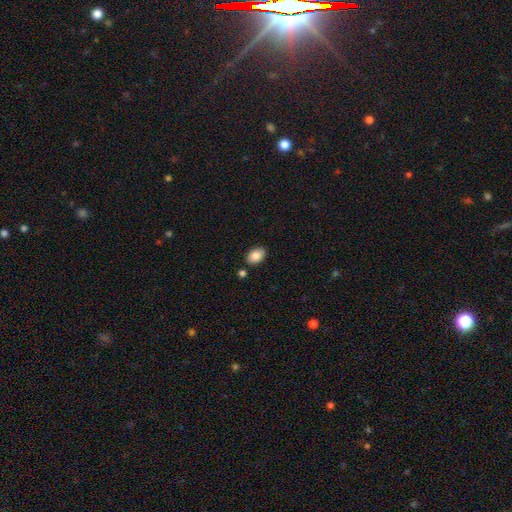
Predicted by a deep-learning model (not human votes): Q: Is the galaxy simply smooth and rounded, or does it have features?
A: smooth — 86%.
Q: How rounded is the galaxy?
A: in between — 89%.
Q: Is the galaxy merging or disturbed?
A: none — 84%.